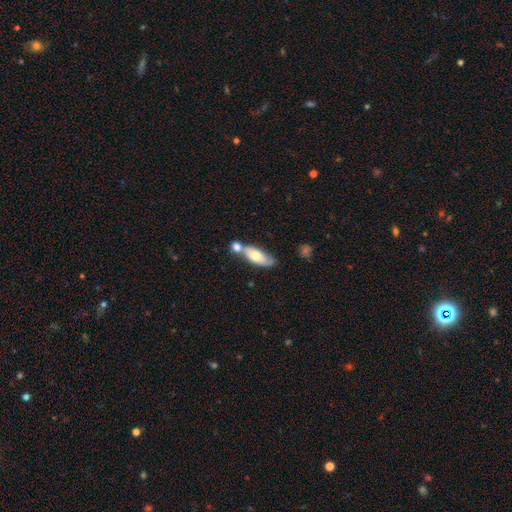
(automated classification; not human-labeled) The model was most divided on "merging": merger: 41%, none: 39%, minor disturbance: 15%, major disturbance: 5%. More confident: how rounded — in between (71%); smooth or featured — smooth (62%).